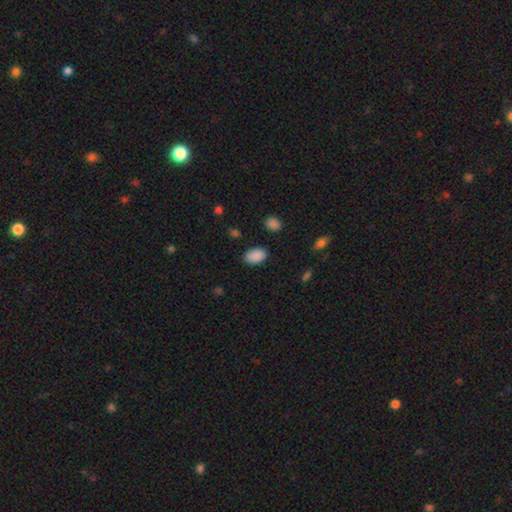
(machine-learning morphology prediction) Smooth or featured: smooth — 89% (star or artifact — 8%)
How rounded: in between — 91% (round — 8%)
Merging: none — 86% (minor disturbance — 10%)